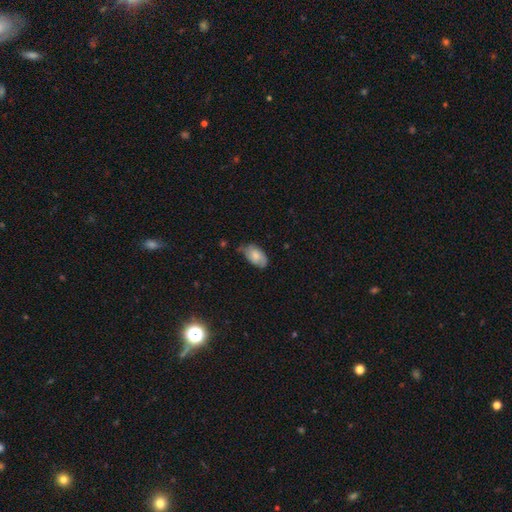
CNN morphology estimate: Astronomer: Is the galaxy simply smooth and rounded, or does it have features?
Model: smooth — 74%.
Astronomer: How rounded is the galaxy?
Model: in between — 93%.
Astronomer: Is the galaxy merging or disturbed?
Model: none — 48% (runner-up: minor disturbance, 41%).